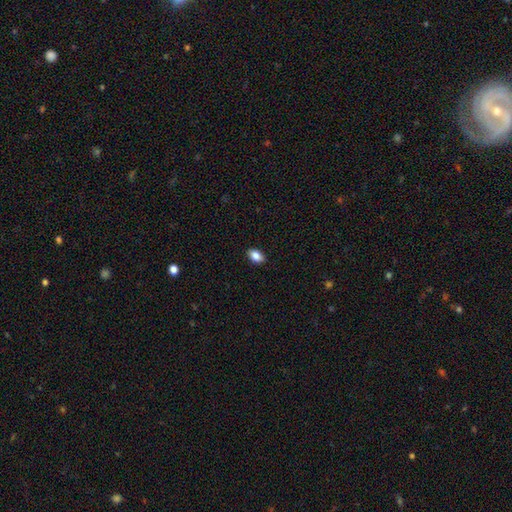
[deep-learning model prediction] smooth_or_featured: smooth (p=0.87) [alt: star or artifact p=0.08]
how_rounded: in between (p=0.89) [alt: round p=0.10]
merging: none (p=0.89) [alt: minor disturbance p=0.08]